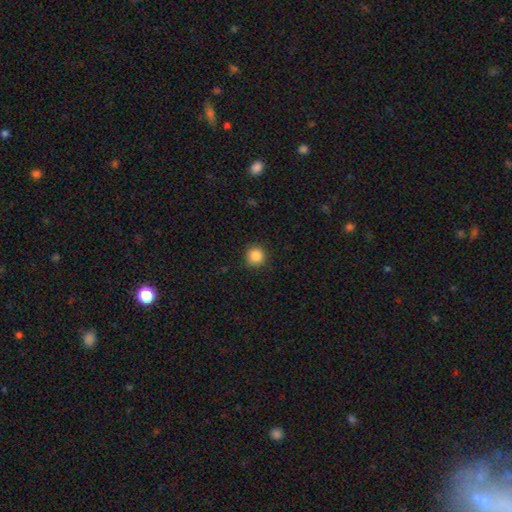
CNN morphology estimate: Smooth or featured?
  - smooth: 86% *
  - star or artifact: 10%
  - featured or disk: 4%
How rounded?
  - round: 94% *
  - in between: 5%
  - cigar-shaped: 1%
Merging?
  - none: 90% *
  - minor disturbance: 7%
  - major disturbance: 2%
  - merger: 1%